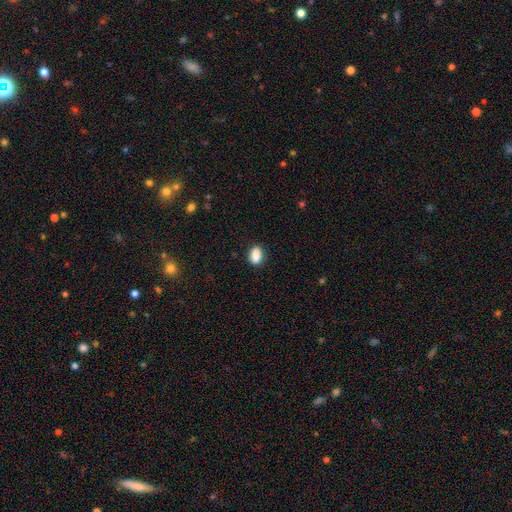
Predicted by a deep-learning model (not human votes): A smooth galaxy with no disk features (88%) that is in between round and cigar-shaped (80%).

Vote fractions:
- Smooth or featured? smooth: 88% / star or artifact: 8% / featured or disk: 4%
- How rounded? in between: 80% / round: 18% / cigar-shaped: 2%
- Merging? none: 85% / minor disturbance: 12% / major disturbance: 2% / merger: 1%